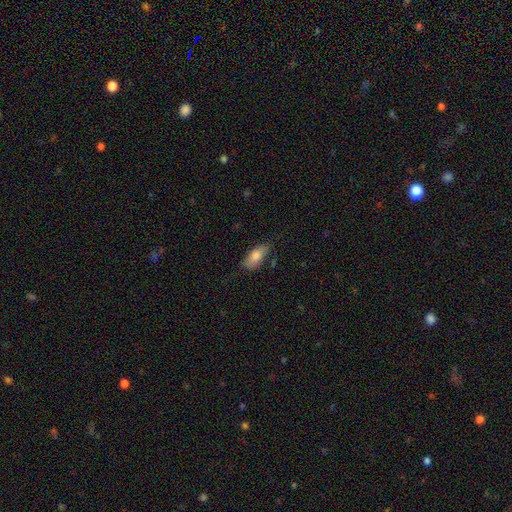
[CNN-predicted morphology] Q: Smooth or featured?
A: smooth (78%); runner-up: featured or disk (15%)
Q: How rounded?
A: in between (84%); runner-up: cigar-shaped (14%)
Q: Merging?
A: none (71%); runner-up: minor disturbance (22%)